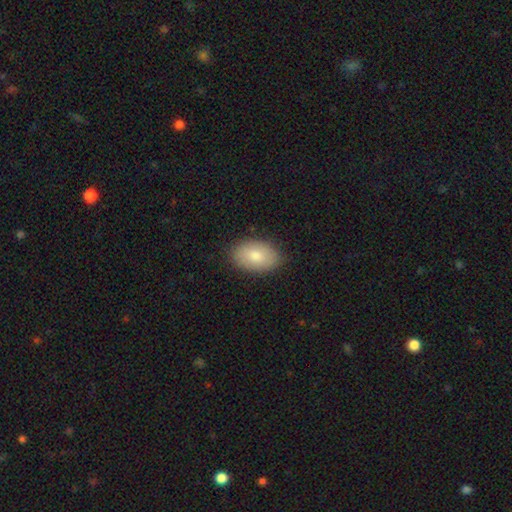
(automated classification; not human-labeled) Q: Smooth or featured?
A: smooth (80%); runner-up: featured or disk (14%)
Q: How rounded?
A: in between (91%); runner-up: round (8%)
Q: Merging?
A: none (86%); runner-up: minor disturbance (11%)